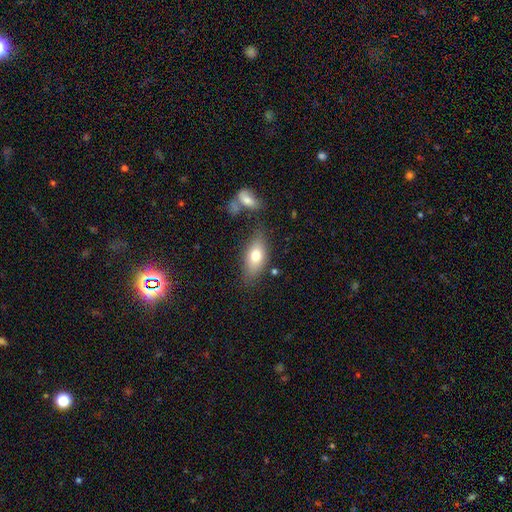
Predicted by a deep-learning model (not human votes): A smooth galaxy with no disk features (72%) that is in between round and cigar-shaped (84%). Merging: none (72%).